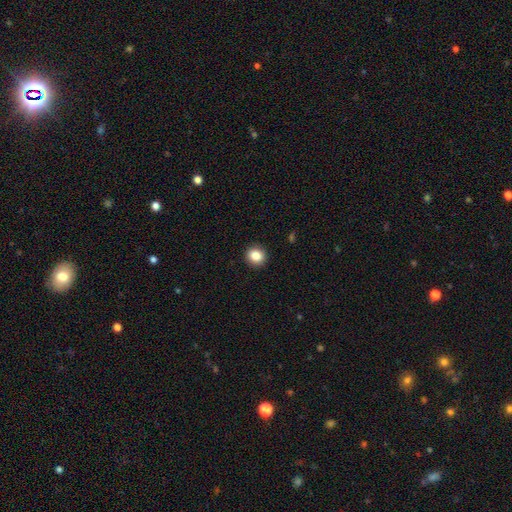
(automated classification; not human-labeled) The model was most divided on "smooth or featured": smooth: 85%, star or artifact: 10%, featured or disk: 5%. More confident: merging — none (92%); how rounded — round (89%).